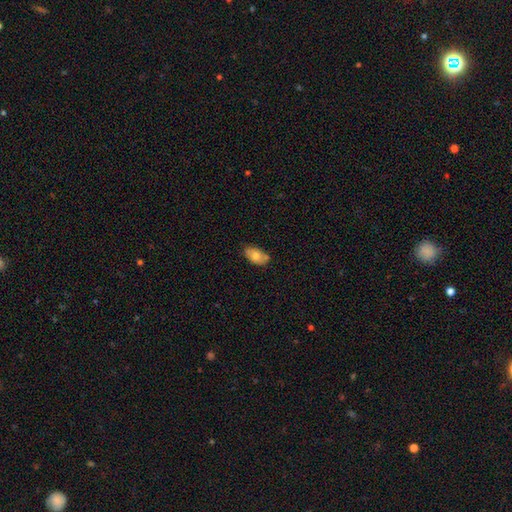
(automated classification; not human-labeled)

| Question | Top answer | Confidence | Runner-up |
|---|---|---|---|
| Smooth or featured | smooth | 71% | featured or disk (22%) |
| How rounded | in between | 92% | round (7%) |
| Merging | none | 71% | minor disturbance (22%) |